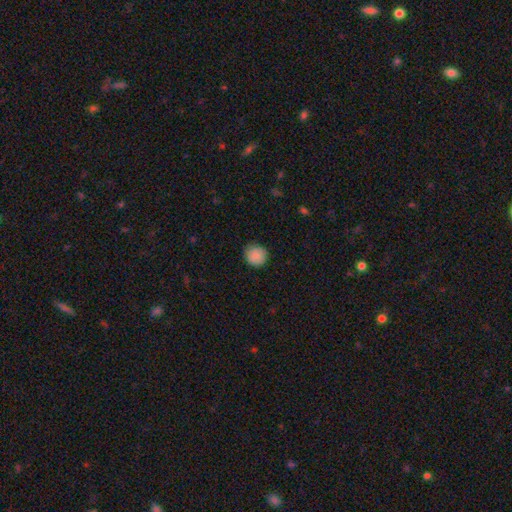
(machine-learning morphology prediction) Smooth or featured: smooth — 88% (star or artifact — 8%)
How rounded: round — 93% (in between — 6%)
Merging: none — 87% (minor disturbance — 10%)